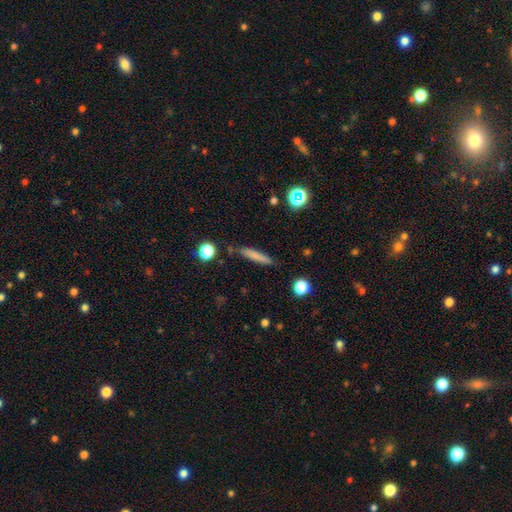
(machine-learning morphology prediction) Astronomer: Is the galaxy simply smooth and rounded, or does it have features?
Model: smooth — 75%.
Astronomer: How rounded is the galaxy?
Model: cigar-shaped — 90%.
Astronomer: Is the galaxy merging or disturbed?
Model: none — 82%.